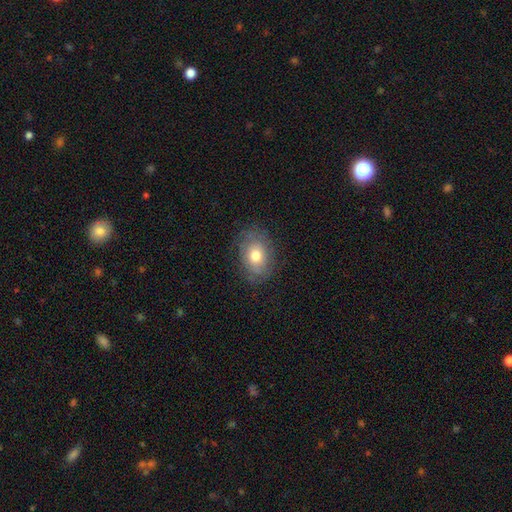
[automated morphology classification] This is possibly a smooth galaxy (59%). How rounded: likely in between (70%). Merging: likely none (74%).